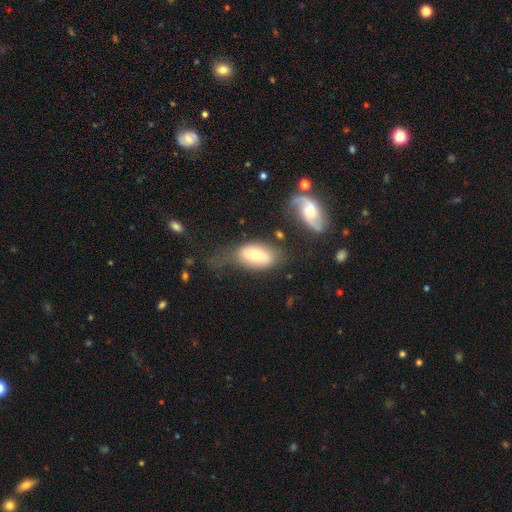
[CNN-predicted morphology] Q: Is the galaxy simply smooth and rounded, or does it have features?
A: smooth — 63%.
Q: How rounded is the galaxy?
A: in between — 91%.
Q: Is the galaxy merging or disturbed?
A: none — 44%.